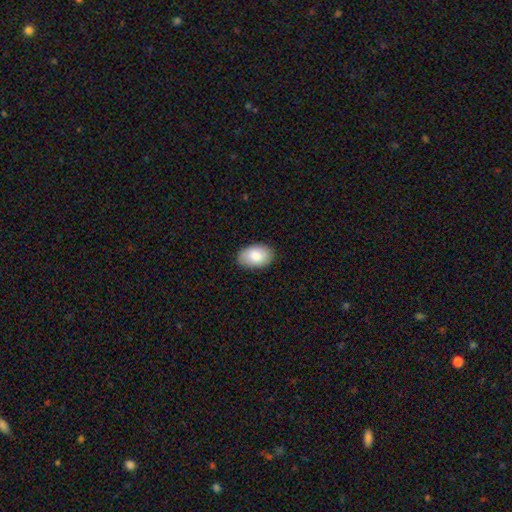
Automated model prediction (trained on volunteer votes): A smooth galaxy with no disk features (87%) that is in between round and cigar-shaped (91%). Merging: none (87%).